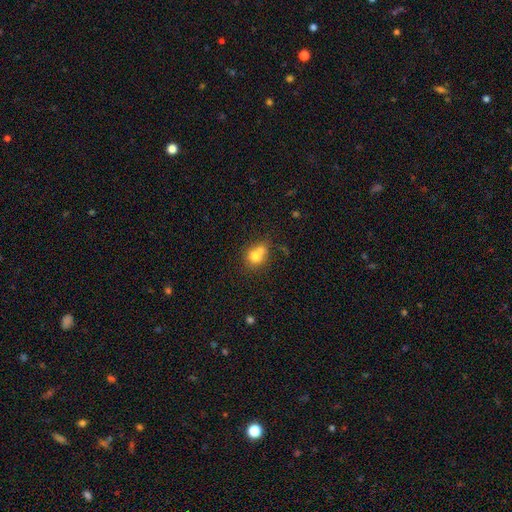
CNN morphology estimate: This is likely a smooth galaxy (72%). How rounded: likely round (74%). Merging: possibly merger (55%).